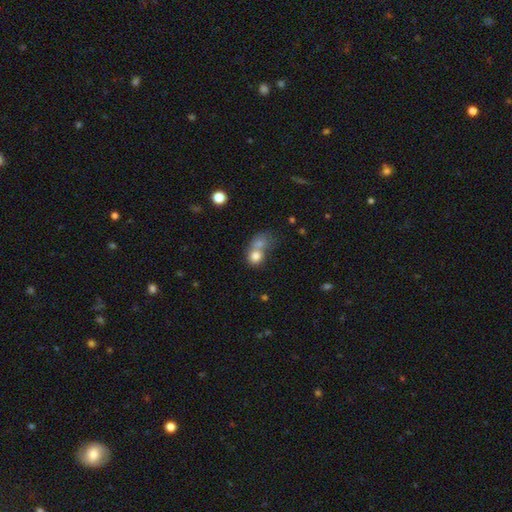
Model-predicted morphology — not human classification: Q: Smooth or featured?
A: smooth (77%); runner-up: featured or disk (12%)
Q: How rounded?
A: round (70%); runner-up: in between (29%)
Q: Merging?
A: merger (62%); runner-up: none (25%)